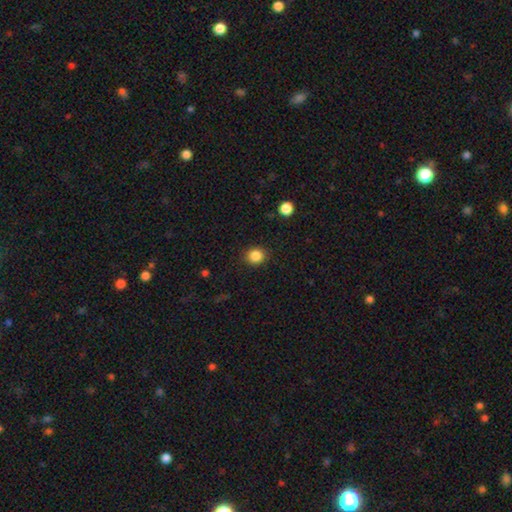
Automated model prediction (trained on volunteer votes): smooth 86%, star or artifact 11%, featured or disk 3%. Down the decision tree: how rounded — round (84%); merging — none (89%).